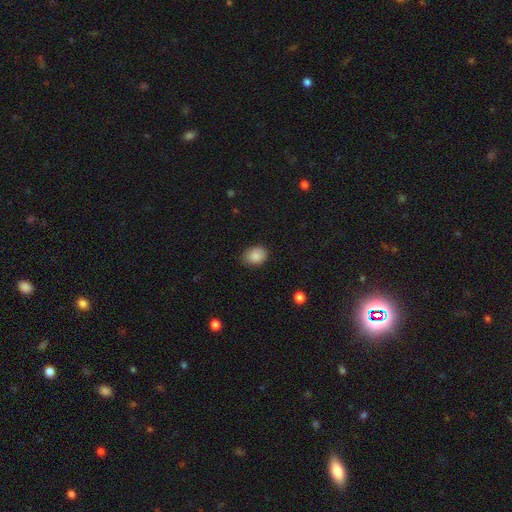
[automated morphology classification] smooth_or_featured: smooth (p=0.88) [alt: star or artifact p=0.08]
how_rounded: in between (p=0.68) [alt: round p=0.31]
merging: none (p=0.80) [alt: minor disturbance p=0.16]